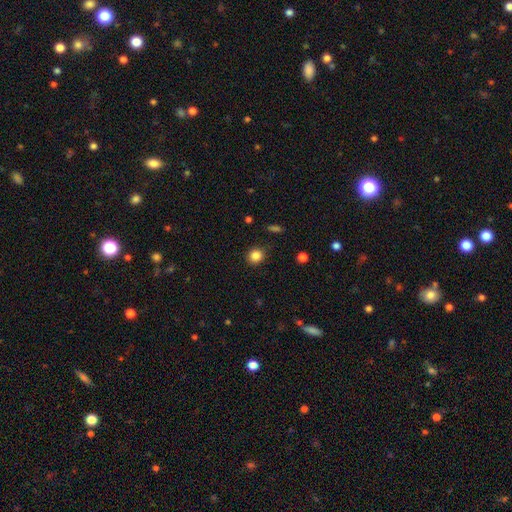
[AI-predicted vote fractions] A smooth galaxy with no disk features (85%) that is round (86%). Merging: none (89%).